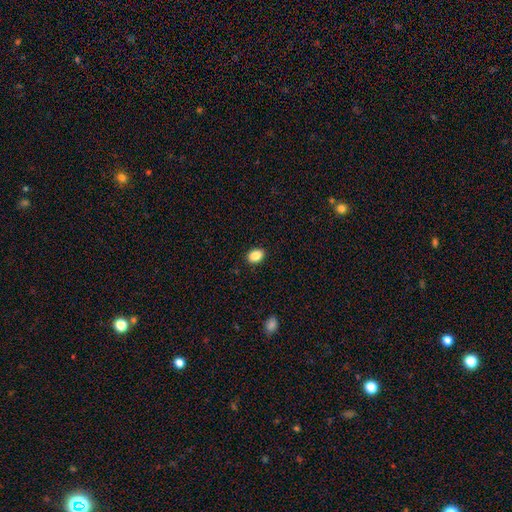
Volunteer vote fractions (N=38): A smooth galaxy with no disk features (92%) that is in between round and cigar-shaped (63%).

Vote fractions:
- Smooth or featured? smooth: 92% / star or artifact: 5% / featured or disk: 3%
- How rounded? in between: 63% / round: 37% / cigar-shaped: 0%
- Merging? none: 94% / minor disturbance: 6% / major disturbance: 0% / merger: 0%